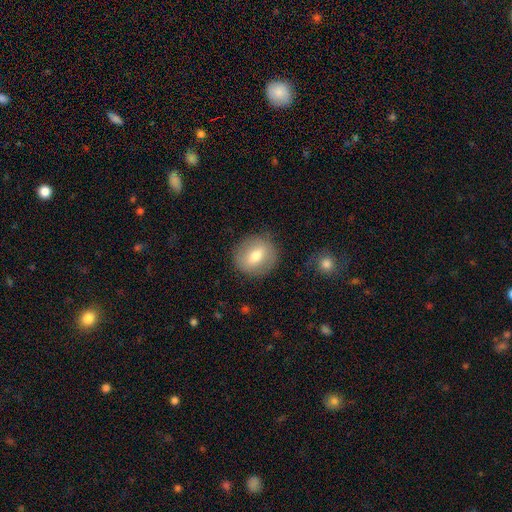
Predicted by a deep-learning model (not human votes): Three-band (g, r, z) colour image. It shows a smooth galaxy with no disk features (66%) that is round (80%). Merging: none (83%).